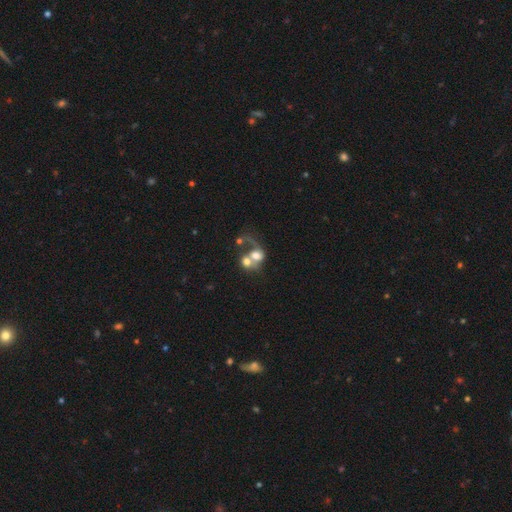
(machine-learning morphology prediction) This appears to be a smooth galaxy with no disk features (47%). Merging: merger (70%).